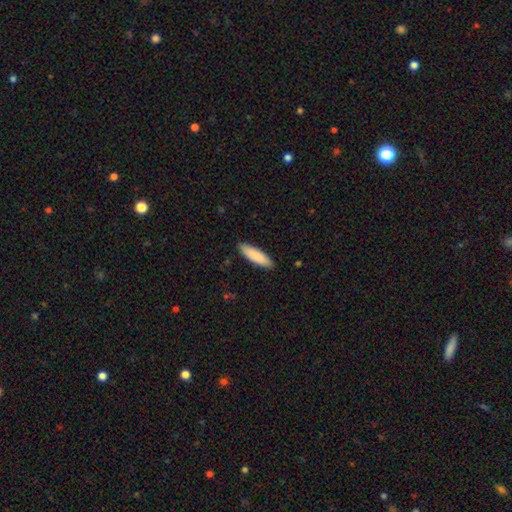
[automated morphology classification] smooth-or-featured: smooth: 86% | featured or disk: 9% | star or artifact: 5%
  how-rounded: cigar-shaped: 57% | in between: 42% | round: 1%
  merging: none: 89% | minor disturbance: 8% | major disturbance: 2% | merger: 1%